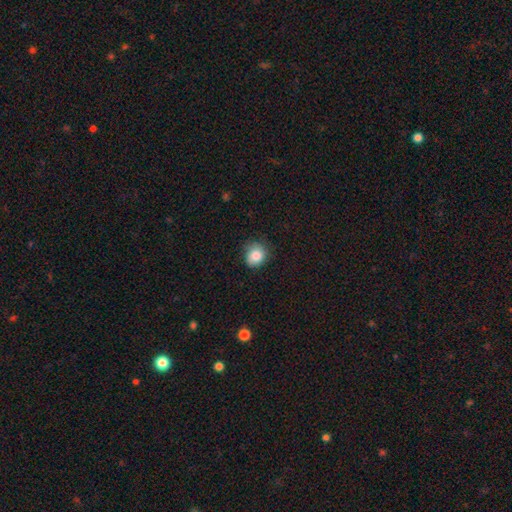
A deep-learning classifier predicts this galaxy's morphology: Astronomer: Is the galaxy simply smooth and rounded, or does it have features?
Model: smooth — 84%.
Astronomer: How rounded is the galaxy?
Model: round — 78%.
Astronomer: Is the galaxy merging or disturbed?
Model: none — 70%.